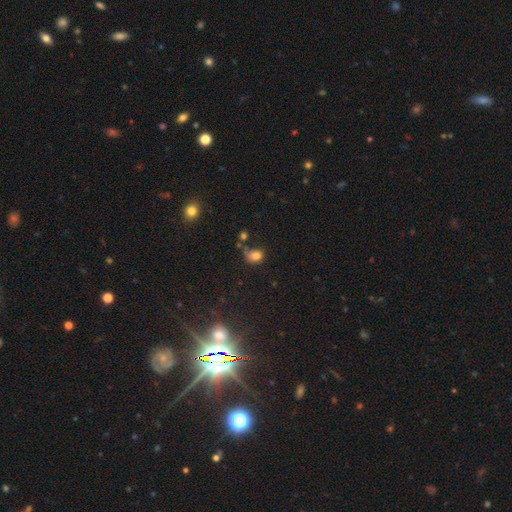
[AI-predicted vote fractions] Q: Smooth or featured?
A: smooth (77%); runner-up: star or artifact (14%)
Q: How rounded?
A: in between (54%); runner-up: round (44%)
Q: Merging?
A: none (44%); runner-up: minor disturbance (26%)